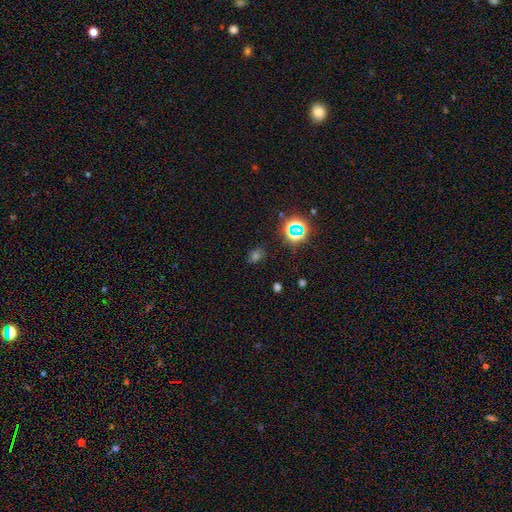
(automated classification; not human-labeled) Smooth or featured? Predicted: star or artifact (p=0.46).